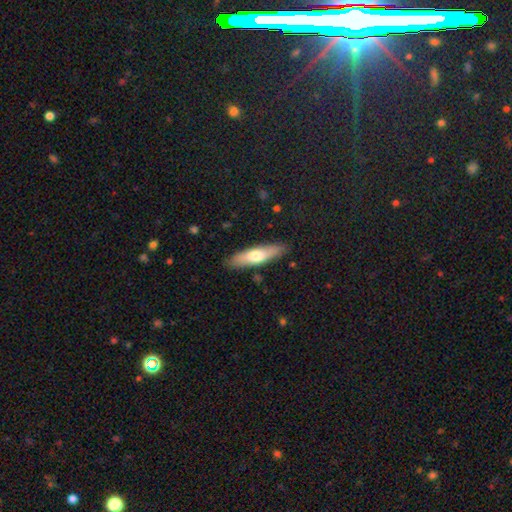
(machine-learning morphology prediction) Smooth or featured? smooth (64%)
How rounded? cigar-shaped (66%)
Merging? none (86%)